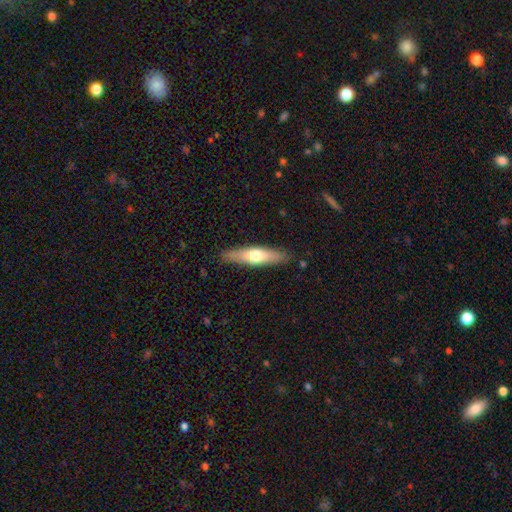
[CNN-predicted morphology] This is possibly a smooth galaxy (53%). How rounded: likely cigar-shaped (76%). Merging: clearly none (87%).